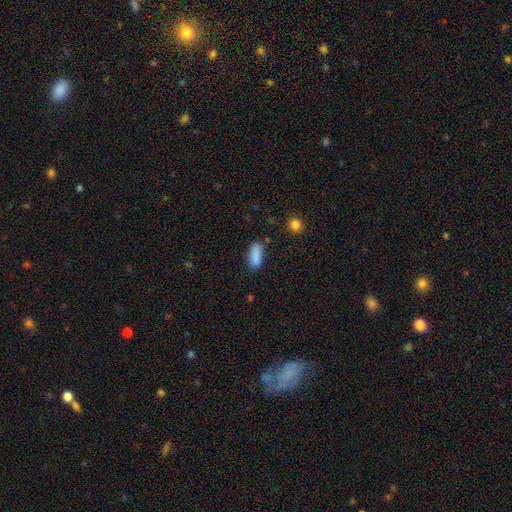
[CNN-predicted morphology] Overall: smooth (87%). How rounded: in between (69%). Merging: none (78%).